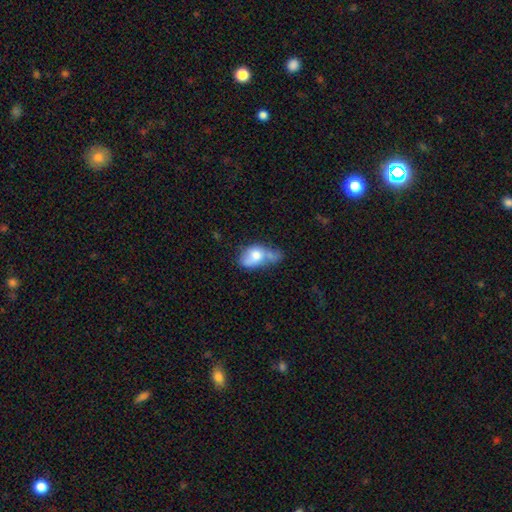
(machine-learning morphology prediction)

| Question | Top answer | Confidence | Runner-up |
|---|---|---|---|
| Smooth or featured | smooth | 64% | featured or disk (28%) |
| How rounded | in between | 81% | round (15%) |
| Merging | merger | 42% | minor disturbance (21%) |